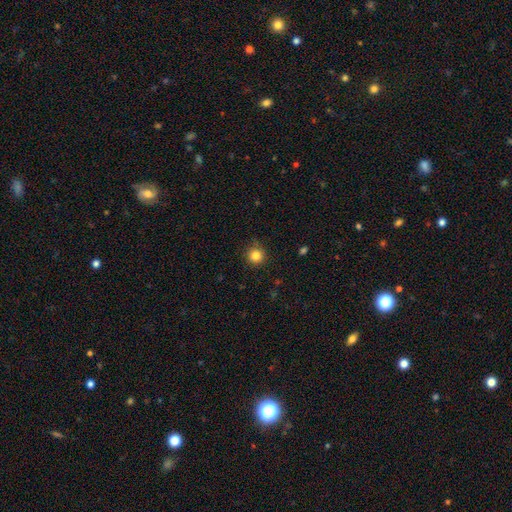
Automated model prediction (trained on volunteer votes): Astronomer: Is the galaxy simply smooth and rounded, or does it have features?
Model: smooth — 83%.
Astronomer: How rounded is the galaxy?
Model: round — 95%.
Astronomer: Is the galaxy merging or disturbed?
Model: none — 87%.